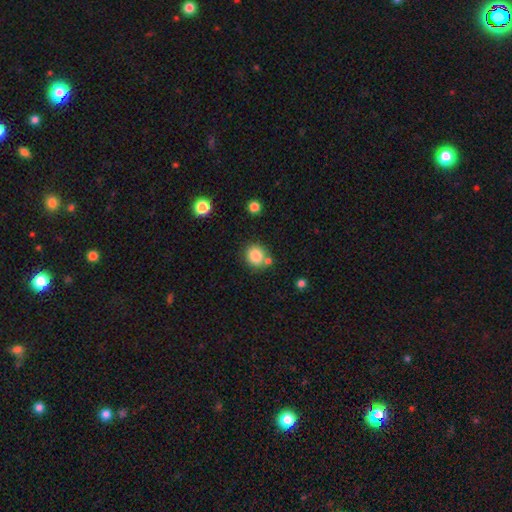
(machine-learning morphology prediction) Smooth or featured?
  - smooth: 83% *
  - star or artifact: 10%
  - featured or disk: 6%
How rounded?
  - round: 83% *
  - in between: 16%
  - cigar-shaped: 1%
Merging?
  - none: 72% *
  - merger: 15%
  - minor disturbance: 10%
  - major disturbance: 3%